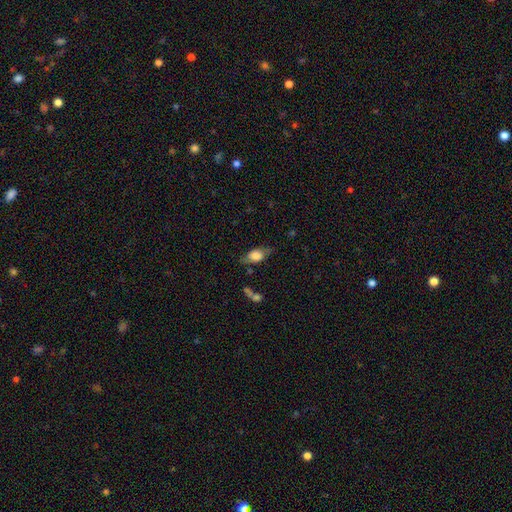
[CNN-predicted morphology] smooth-or-featured: smooth: 63% | featured or disk: 29% | star or artifact: 8%
  how-rounded: in between: 83% | cigar-shaped: 10% | round: 8%
  merging: none: 60% | minor disturbance: 24% | major disturbance: 11% | merger: 5%